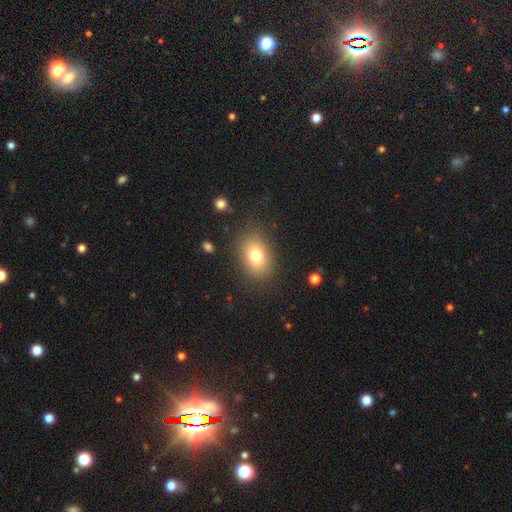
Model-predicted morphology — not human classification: A smooth galaxy with no disk features (77%) that is in between round and cigar-shaped (72%). Merging: none (84%).